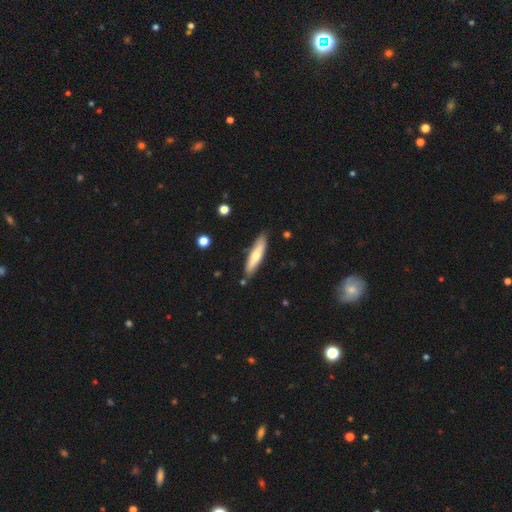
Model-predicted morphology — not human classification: Smooth or featured?
  - smooth: 59% *
  - featured or disk: 35%
  - star or artifact: 6%
How rounded?
  - cigar-shaped: 79% *
  - in between: 20%
  - round: 1%
Merging?
  - none: 84% *
  - minor disturbance: 11%
  - merger: 3%
  - major disturbance: 2%